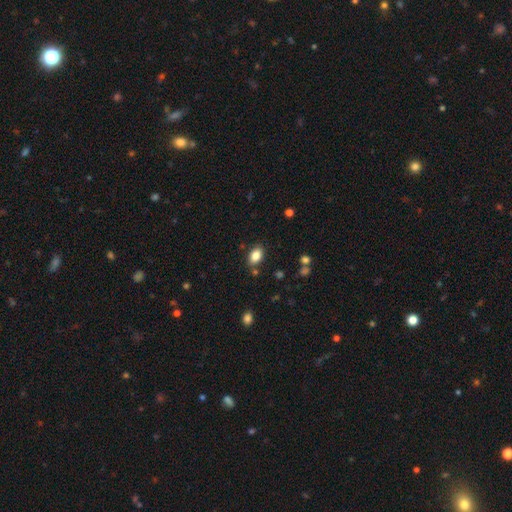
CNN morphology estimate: type=smooth (84%); roundness=in between (87%); merging=none (83%).